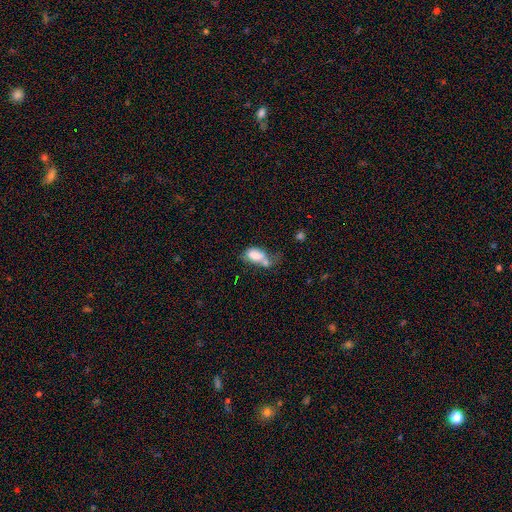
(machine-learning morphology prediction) Smooth or featured? smooth (73%)
How rounded? in between (89%)
Merging? merger (39%)